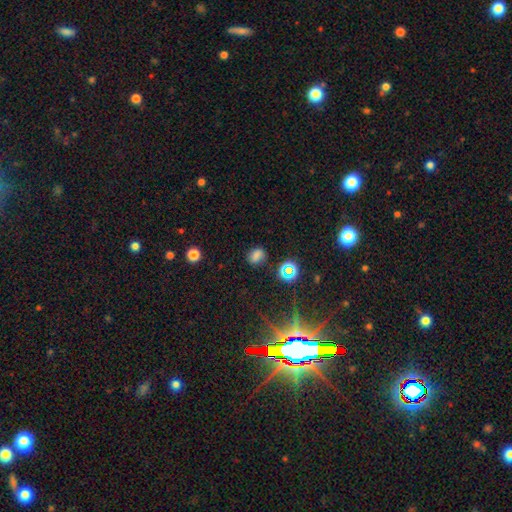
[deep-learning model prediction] The model was most divided on "how rounded": in between: 58%, round: 40%, cigar-shaped: 2%. More confident: merging — none (77%); smooth or featured — smooth (68%).